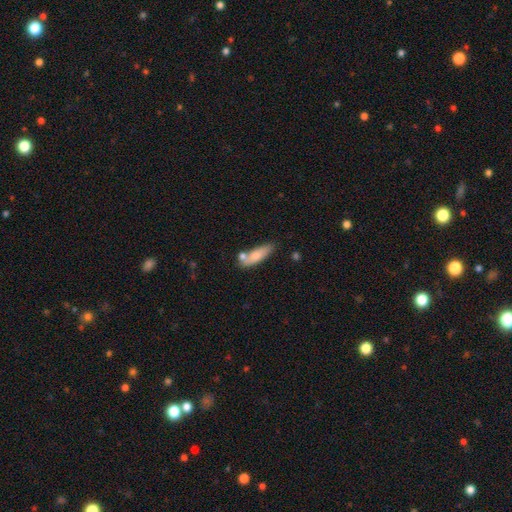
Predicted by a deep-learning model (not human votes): smooth_or_featured: smooth (p=0.73) [alt: featured or disk p=0.20]
how_rounded: in between (p=0.50) [alt: cigar-shaped p=0.47]
merging: none (p=0.54) [alt: merger p=0.20]